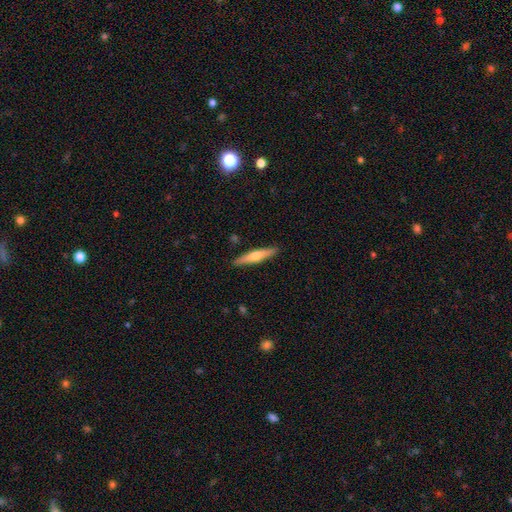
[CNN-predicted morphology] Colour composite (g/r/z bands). It shows a smooth galaxy with no disk features (48%). Merging: none (90%).